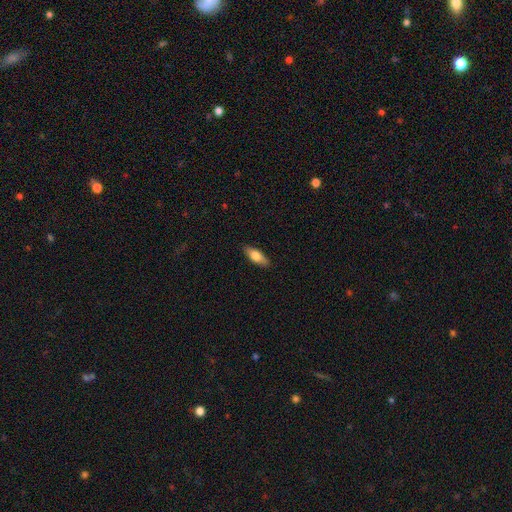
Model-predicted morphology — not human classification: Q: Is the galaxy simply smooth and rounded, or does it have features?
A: smooth — 70%.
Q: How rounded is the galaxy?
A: in between — 68%.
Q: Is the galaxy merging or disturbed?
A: none — 87%.